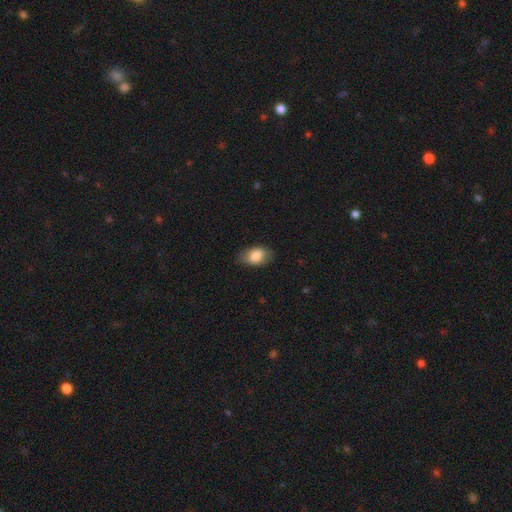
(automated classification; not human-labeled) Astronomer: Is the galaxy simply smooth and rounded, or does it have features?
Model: smooth — 81%.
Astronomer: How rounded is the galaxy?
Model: in between — 89%.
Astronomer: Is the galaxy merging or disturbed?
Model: none — 77%.